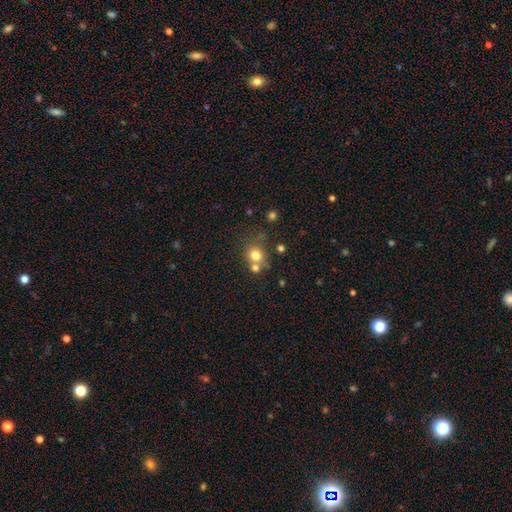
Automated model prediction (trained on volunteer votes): A smooth galaxy with no disk features (76%) that is round (82%). Merging: none (56%).